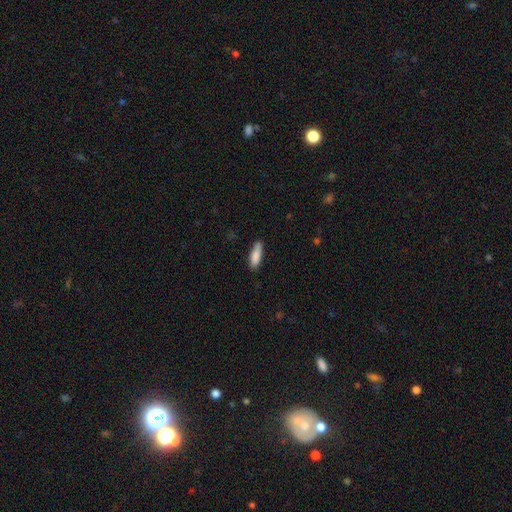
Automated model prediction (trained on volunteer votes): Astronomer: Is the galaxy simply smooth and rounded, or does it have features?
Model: smooth — 86%.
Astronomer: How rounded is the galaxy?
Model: cigar-shaped — 55% (runner-up: in between, 44%).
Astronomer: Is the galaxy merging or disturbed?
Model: none — 80%.